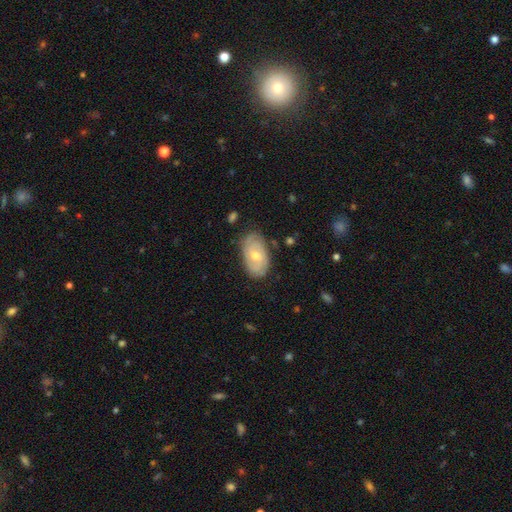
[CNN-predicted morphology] smooth-or-featured: featured or disk: 57% | smooth: 37% | star or artifact: 6%
  disk-edge-on: no: 94% | yes: 6%
    bar: no: 64% | weak: 31% | strong: 5%
    has-spiral-arms: yes: 77% | no: 23%
    bulge-size: moderate: 58% | small: 38% | large: 2% | none: 1% | dominant: 1%
  merging: none: 75% | minor disturbance: 19% | major disturbance: 4% | merger: 1%